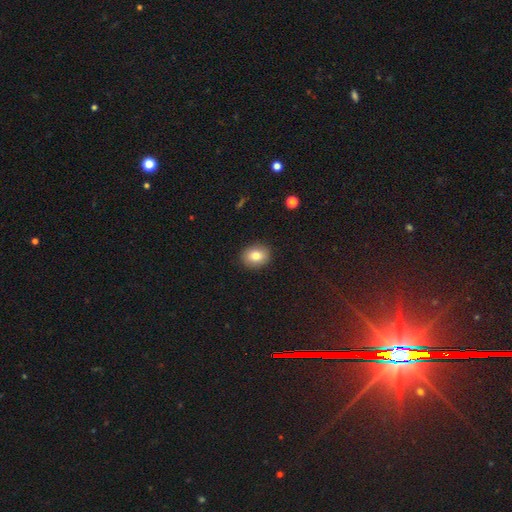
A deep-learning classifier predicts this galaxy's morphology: Smooth or featured? Predicted: smooth (p=0.79). How rounded? Predicted: round (p=0.55). Merging? Predicted: none (p=0.90).